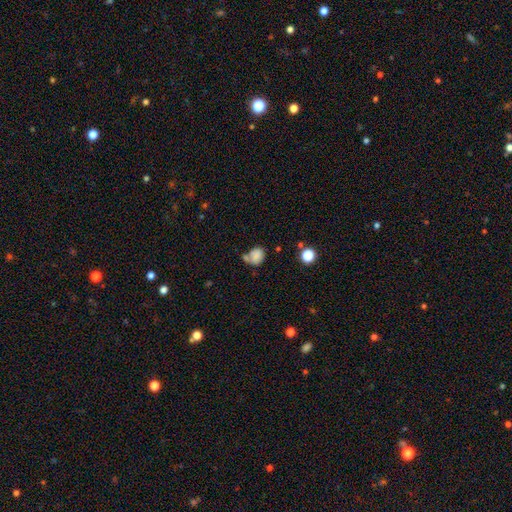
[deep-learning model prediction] A smooth galaxy with no disk features (79%) that is round (56%). Merging: none (41%).